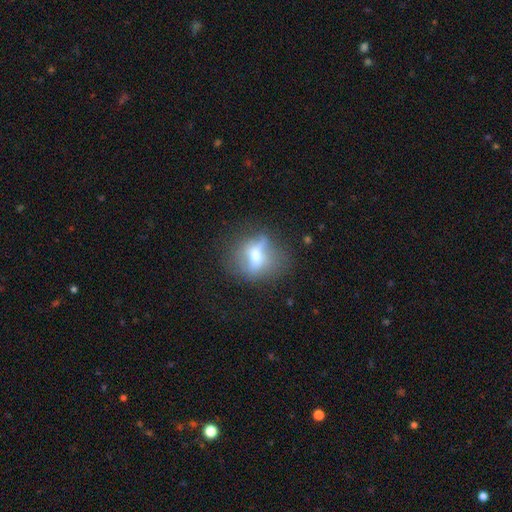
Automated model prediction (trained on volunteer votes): Morphology: type=featured or disk (52%); edge-on=no (66%); merging=none (60%).